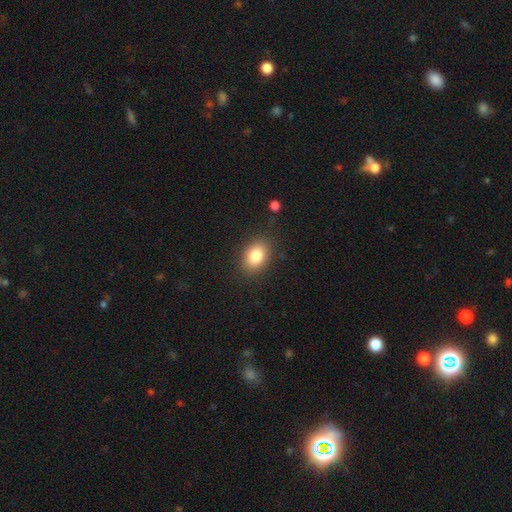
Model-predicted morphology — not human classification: Smooth or featured?
  - smooth: 83% *
  - star or artifact: 9%
  - featured or disk: 8%
How rounded?
  - in between: 75% *
  - round: 24%
  - cigar-shaped: 1%
Merging?
  - none: 85% *
  - minor disturbance: 10%
  - major disturbance: 3%
  - merger: 1%